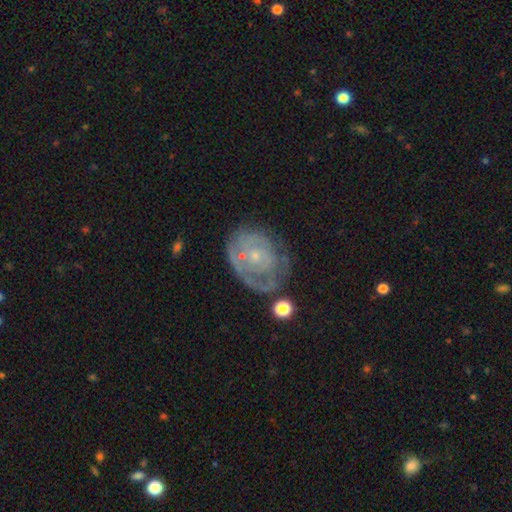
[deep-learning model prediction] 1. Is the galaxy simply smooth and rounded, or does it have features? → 72% featured or disk, 20% smooth, 8% star or artifact.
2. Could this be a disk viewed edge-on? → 97% no, 3% yes.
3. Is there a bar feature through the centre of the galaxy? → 83% no, 14% weak, 3% strong.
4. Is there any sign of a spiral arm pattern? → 66% yes, 34% no.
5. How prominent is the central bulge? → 76% small, 18% moderate, 3% none, 1% large, 1% dominant.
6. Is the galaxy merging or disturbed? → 50% none, 26% minor disturbance, 18% major disturbance, 6% merger.